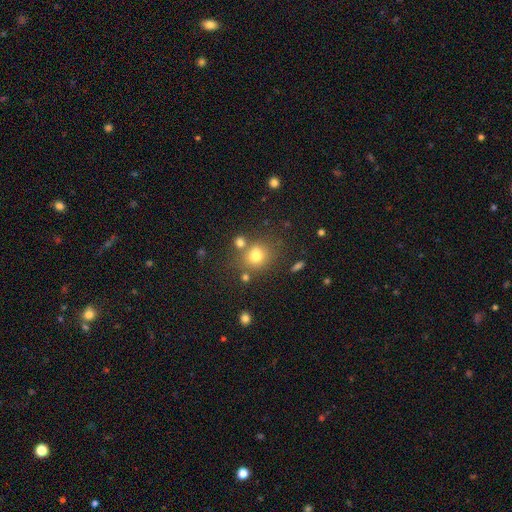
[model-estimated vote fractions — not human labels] Smooth or featured: smooth — 75% (star or artifact — 15%)
How rounded: round — 76% (in between — 22%)
Merging: none — 67% (merger — 15%)